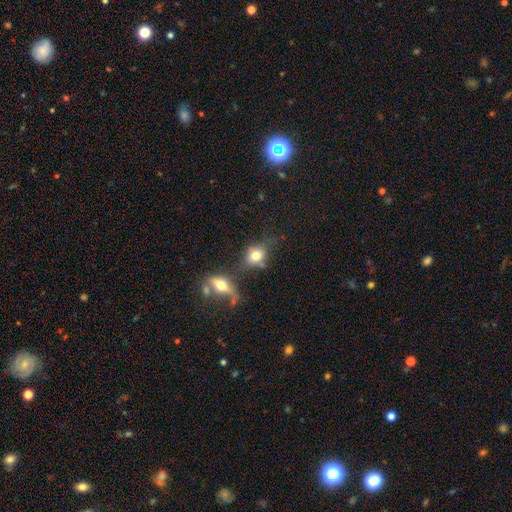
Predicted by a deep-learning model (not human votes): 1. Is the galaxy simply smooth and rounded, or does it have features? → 73% smooth, 16% featured or disk, 11% star or artifact.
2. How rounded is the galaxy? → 49% in between, 48% round, 3% cigar-shaped.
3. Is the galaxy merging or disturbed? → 46% none, 29% merger, 15% minor disturbance, 10% major disturbance.